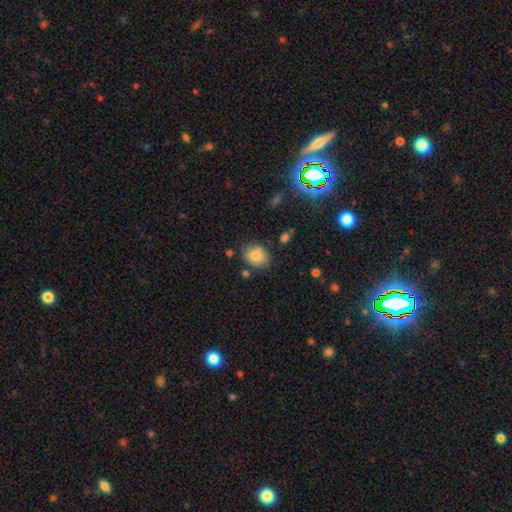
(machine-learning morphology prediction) Overall: smooth (83%). How rounded: in between (54%; round 45%). Merging: none (75%).